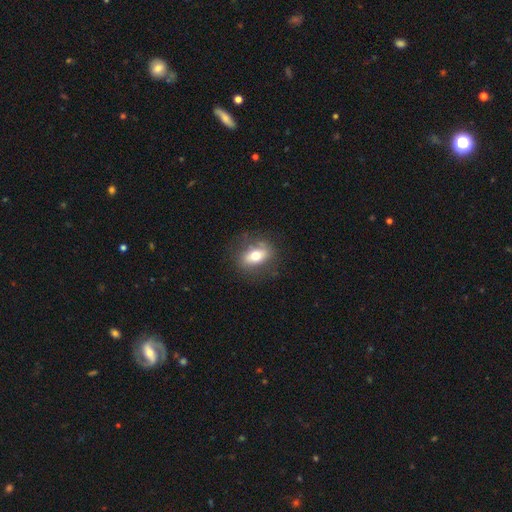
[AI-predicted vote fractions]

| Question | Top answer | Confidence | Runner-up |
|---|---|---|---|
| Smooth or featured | smooth | 64% | featured or disk (27%) |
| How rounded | in between | 78% | round (16%) |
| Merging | none | 75% | minor disturbance (17%) |